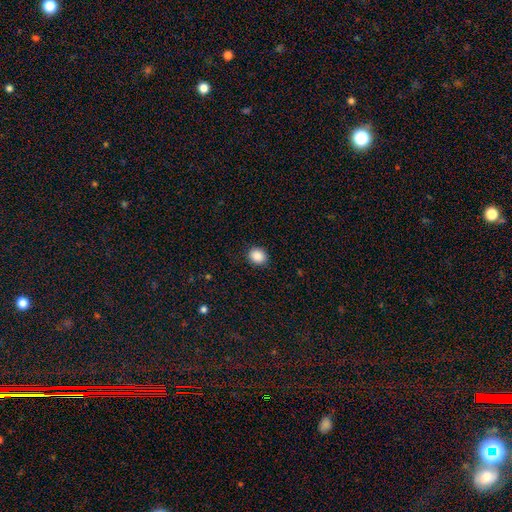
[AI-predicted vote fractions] A smooth galaxy with no disk features (89%) that is round (62%). Merging: none (89%).